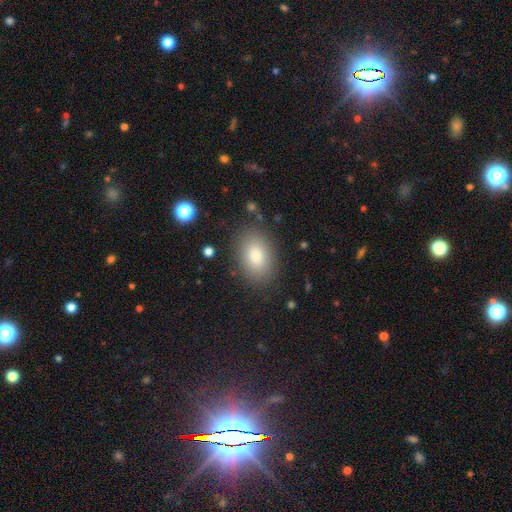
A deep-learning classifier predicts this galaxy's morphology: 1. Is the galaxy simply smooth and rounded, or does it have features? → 80% smooth, 10% featured or disk, 10% star or artifact.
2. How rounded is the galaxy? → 82% in between, 16% round, 1% cigar-shaped.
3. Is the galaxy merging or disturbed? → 85% none, 10% minor disturbance, 3% major disturbance, 2% merger.